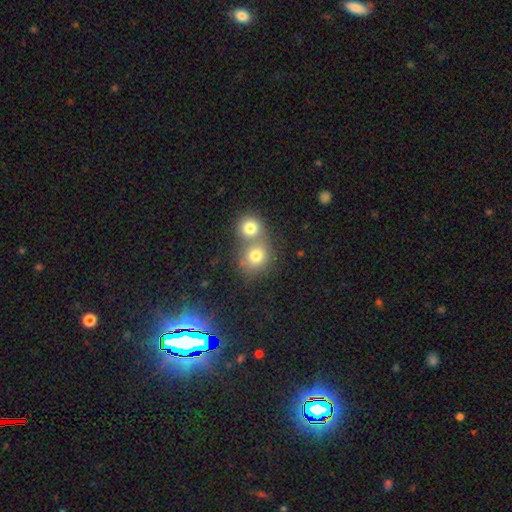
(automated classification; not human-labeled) smooth 76%, star or artifact 12%, featured or disk 11%. Down the decision tree: how rounded — round (81%); merging — merger (54%).